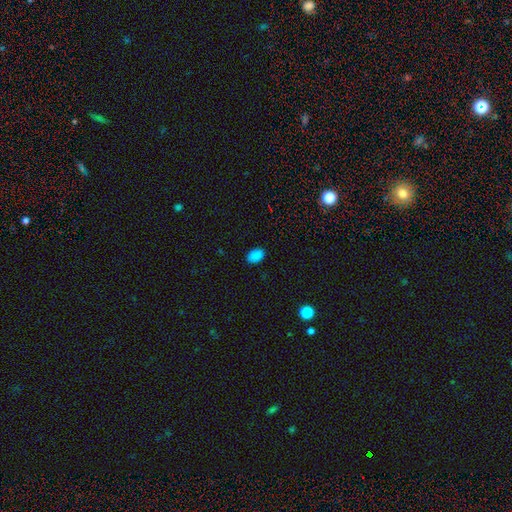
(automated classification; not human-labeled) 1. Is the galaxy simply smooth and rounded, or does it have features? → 86% smooth, 11% star or artifact, 3% featured or disk.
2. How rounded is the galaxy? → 86% in between, 13% round, 1% cigar-shaped.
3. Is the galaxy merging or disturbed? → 88% none, 9% minor disturbance, 2% major disturbance, 1% merger.